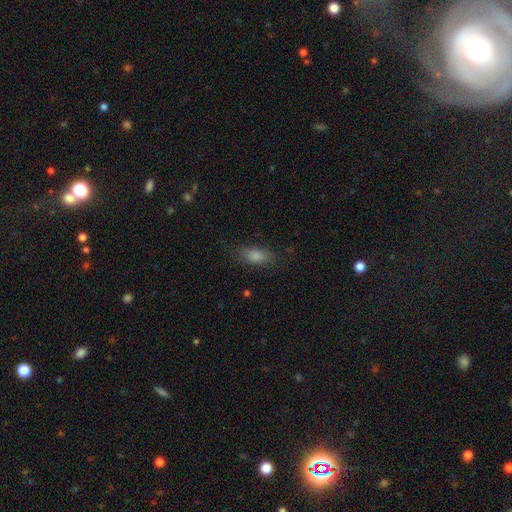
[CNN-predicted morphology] Overall: smooth (85%). How rounded: in between (87%). Merging: none (78%).